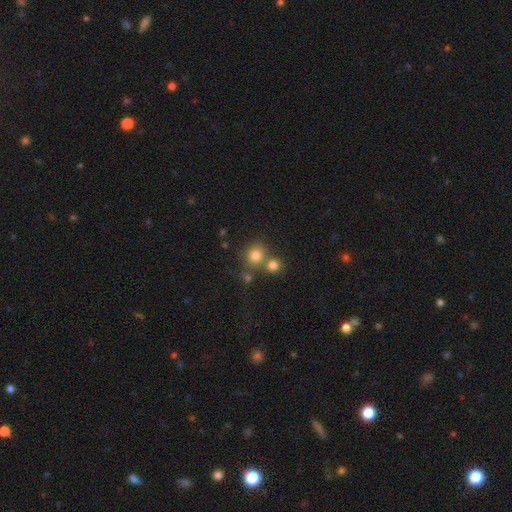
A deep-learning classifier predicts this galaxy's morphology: The model was most divided on "merging": none: 59%, merger: 28%, minor disturbance: 9%, major disturbance: 4%. More confident: how rounded — round (85%); smooth or featured — smooth (78%).